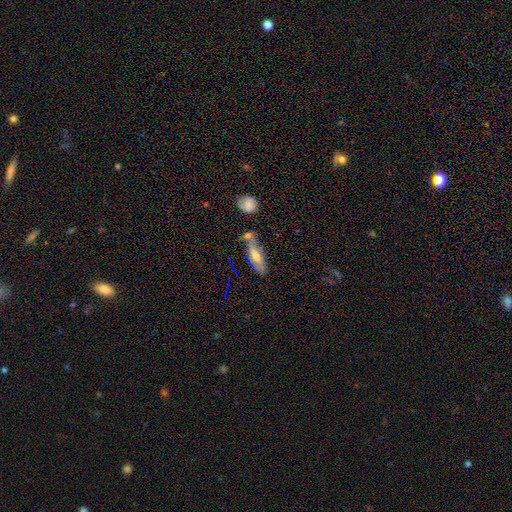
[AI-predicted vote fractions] Smooth or featured?
  - featured or disk: 50% *
  - smooth: 41%
  - star or artifact: 9%
Merging?
  - none: 56% *
  - minor disturbance: 20%
  - merger: 16%
  - major disturbance: 8%